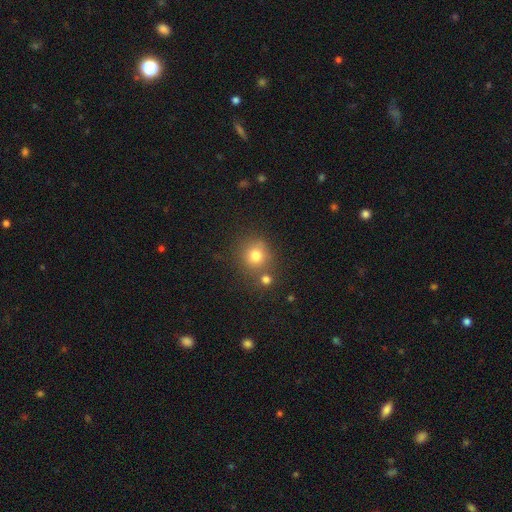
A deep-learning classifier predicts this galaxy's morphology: Q: Smooth or featured?
A: smooth (77%); runner-up: star or artifact (14%)
Q: How rounded?
A: round (89%); runner-up: in between (10%)
Q: Merging?
A: none (68%); runner-up: merger (17%)